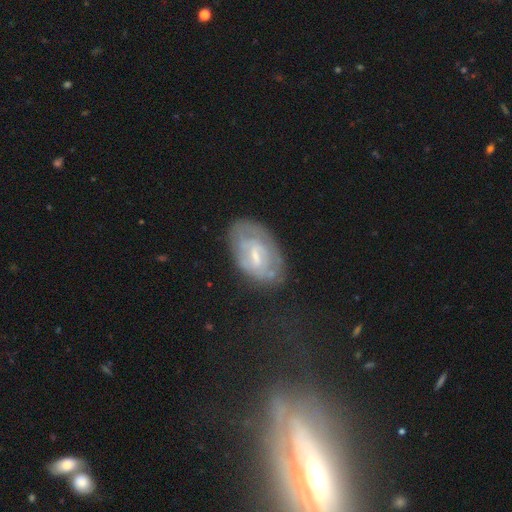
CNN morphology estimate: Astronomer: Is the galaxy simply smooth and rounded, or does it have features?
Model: featured or disk — 60%.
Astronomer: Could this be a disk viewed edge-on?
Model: no — 94%.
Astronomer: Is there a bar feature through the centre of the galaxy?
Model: weak — 55%.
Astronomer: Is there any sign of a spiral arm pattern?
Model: yes — 56% (runner-up: no, 44%).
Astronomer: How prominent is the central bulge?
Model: small — 46% (runner-up: moderate, 38%).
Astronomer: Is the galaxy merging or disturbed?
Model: none — 61%.